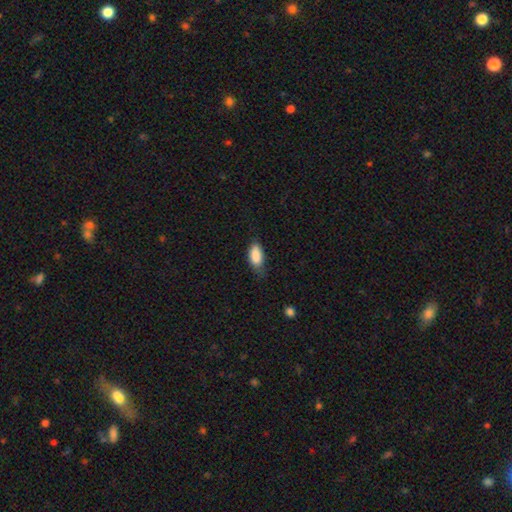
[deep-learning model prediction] smooth 88%, star or artifact 7%, featured or disk 5%. Down the decision tree: how rounded — in between (90%); merging — none (54%).